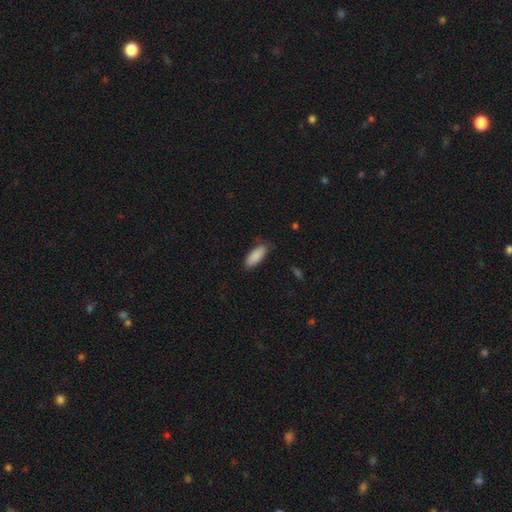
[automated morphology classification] Smooth or featured? Predicted: smooth (p=0.88). How rounded? Predicted: in between (p=0.78). Merging? Predicted: none (p=0.82).